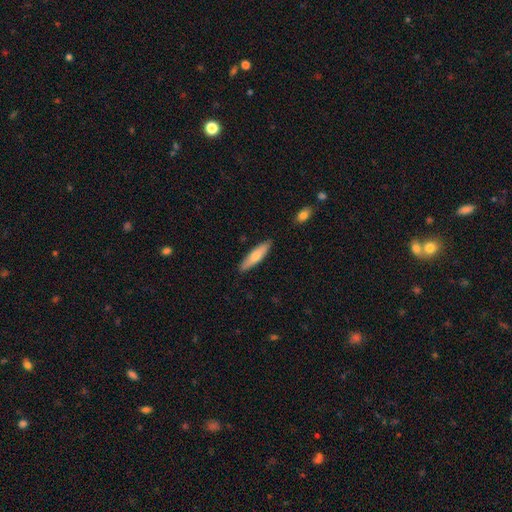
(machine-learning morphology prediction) Smooth or featured: smooth — 69% (featured or disk — 25%)
How rounded: cigar-shaped — 70% (in between — 28%)
Merging: none — 88% (minor disturbance — 9%)